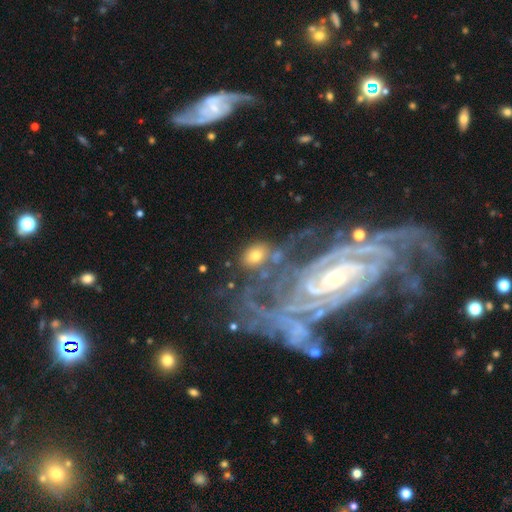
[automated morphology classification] Smooth or featured? smooth (48%)
Merging? none (56%)